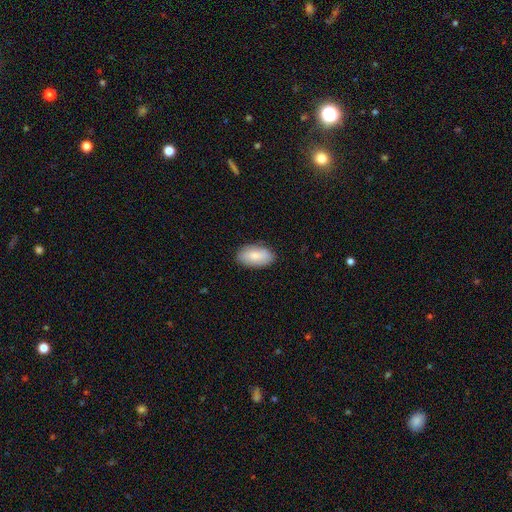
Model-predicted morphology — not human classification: smooth_or_featured: smooth (p=0.84) [alt: featured or disk p=0.10]
how_rounded: in between (p=0.95) [alt: round p=0.03]
merging: none (p=0.85) [alt: minor disturbance p=0.12]